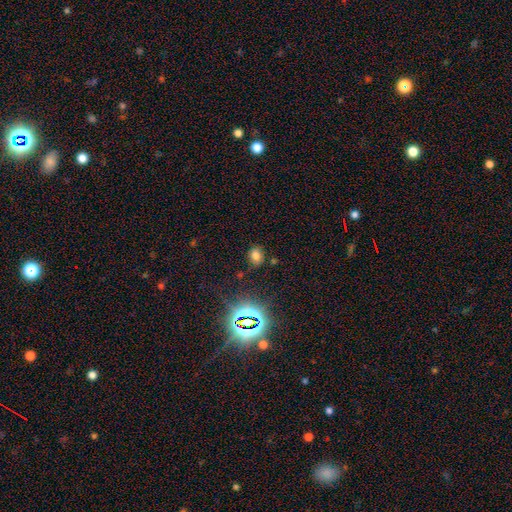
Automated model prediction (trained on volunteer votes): Smooth or featured?
  - smooth: 66% *
  - star or artifact: 25%
  - featured or disk: 9%
How rounded?
  - in between: 56% *
  - round: 43%
  - cigar-shaped: 1%
Merging?
  - none: 81% *
  - minor disturbance: 12%
  - major disturbance: 4%
  - merger: 4%